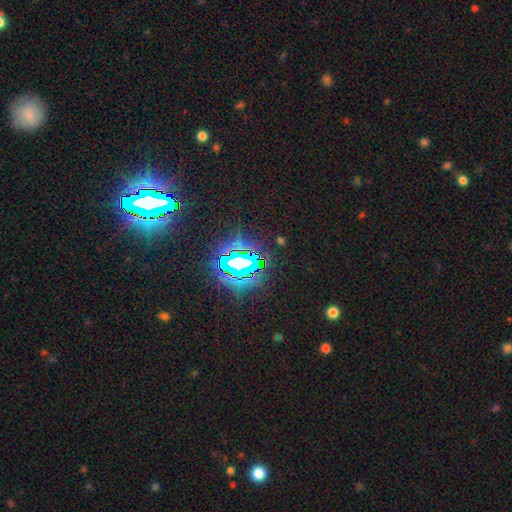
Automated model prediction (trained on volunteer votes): A star or artifact, not a galaxy (84%).